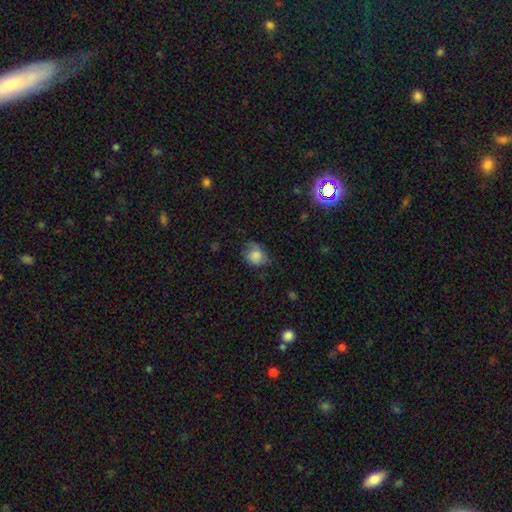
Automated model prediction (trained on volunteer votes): Overall: smooth (81%). How rounded: round (57%; in between 42%). Merging: none (54%; minor disturbance 32%).